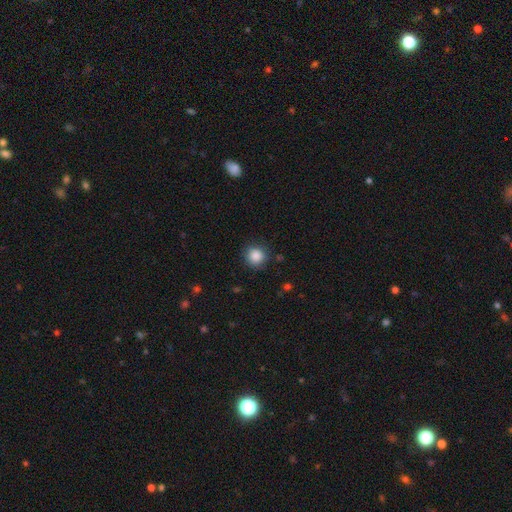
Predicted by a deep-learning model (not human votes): The model was most divided on "merging": none: 85%, minor disturbance: 11%, major disturbance: 3%, merger: 1%. More confident: how rounded — round (91%); smooth or featured — smooth (87%).